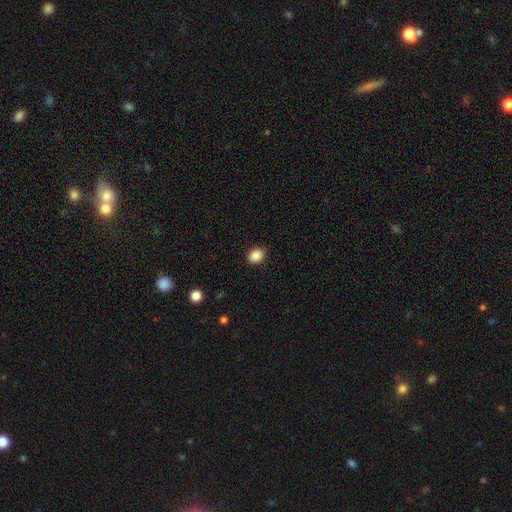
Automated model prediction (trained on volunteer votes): smooth_or_featured: smooth (p=0.88) [alt: star or artifact p=0.09]
how_rounded: round (p=0.52) [alt: in between p=0.47]
merging: none (p=0.85) [alt: minor disturbance p=0.11]